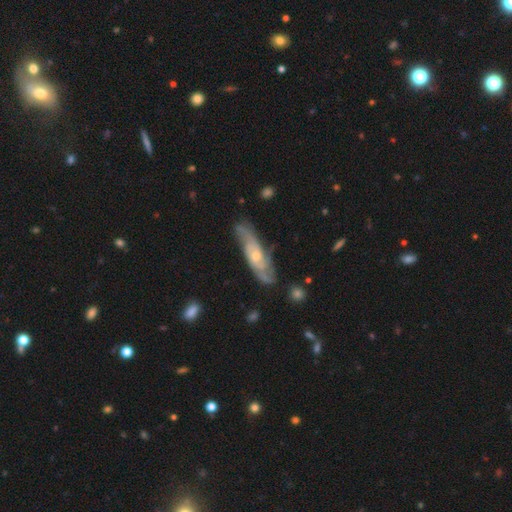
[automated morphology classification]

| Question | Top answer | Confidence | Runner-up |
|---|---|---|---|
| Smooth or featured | featured or disk | 79% | smooth (16%) |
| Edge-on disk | no | 78% | yes (22%) |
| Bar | no | 68% | weak (27%) |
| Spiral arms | yes | 93% | no (7%) |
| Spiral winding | medium | 42% | tied: tight (42%) |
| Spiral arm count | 2 | 47% | can't tell (29%) |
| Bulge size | small | 55% | moderate (40%) |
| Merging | none | 73% | minor disturbance (20%) |